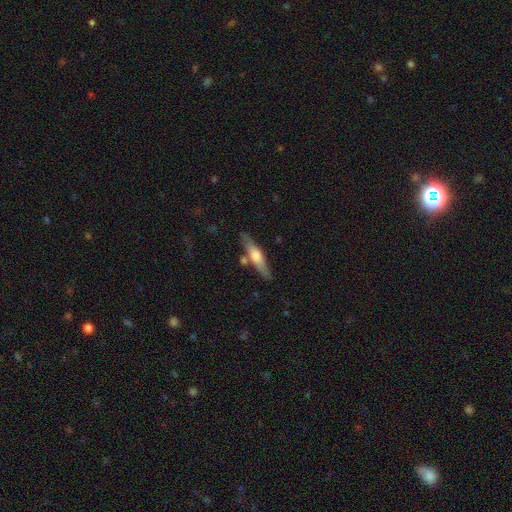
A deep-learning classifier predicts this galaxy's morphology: Q: Smooth or featured?
A: smooth (49%); runner-up: featured or disk (46%)
Q: Merging?
A: none (75%); runner-up: minor disturbance (13%)